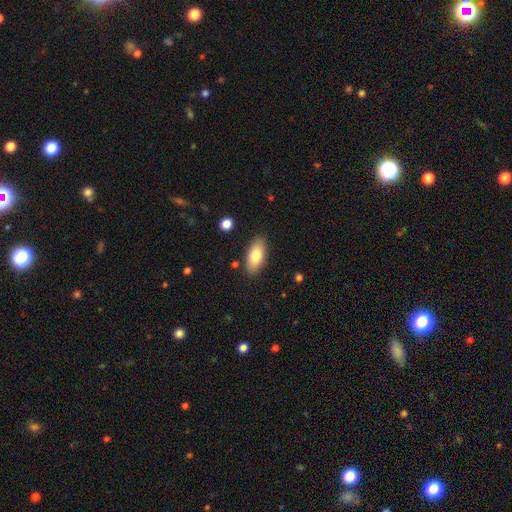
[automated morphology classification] This is likely a smooth galaxy (79%). How rounded: clearly in between (88%). Merging: clearly none (86%).